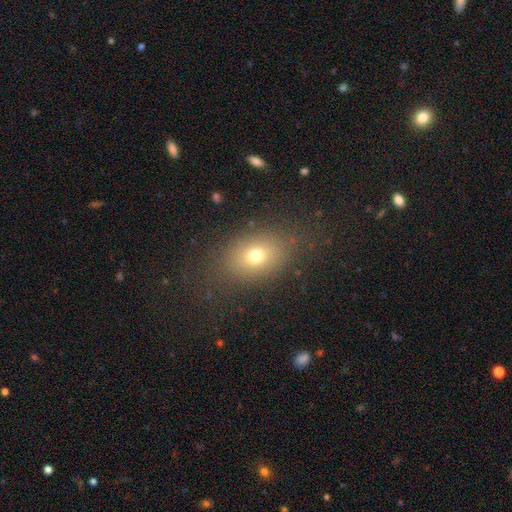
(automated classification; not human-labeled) Smooth or featured? smooth (70%)
How rounded? in between (73%)
Merging? none (80%)